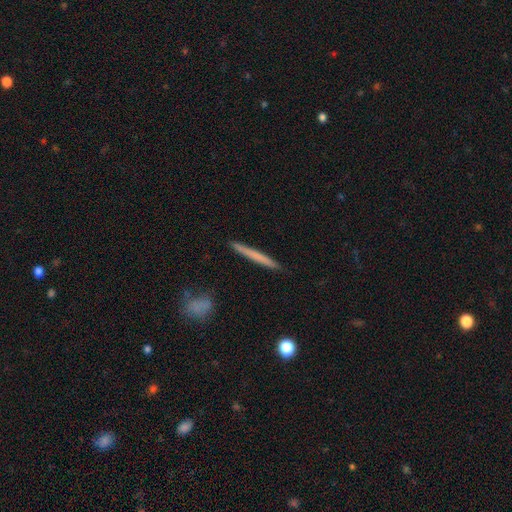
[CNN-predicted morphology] A smooth galaxy with no disk features (62%) that is cigar-shaped (96%).

Vote fractions:
- Smooth or featured? smooth: 62% / featured or disk: 32% / star or artifact: 6%
- How rounded? cigar-shaped: 96% / in between: 2% / round: 2%
- Merging? none: 91% / minor disturbance: 6% / major disturbance: 1% / merger: 1%